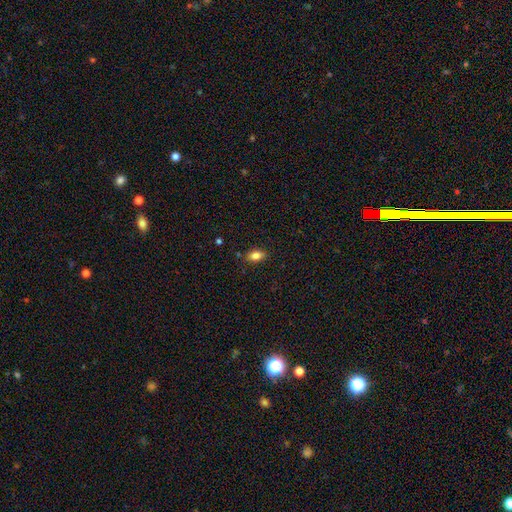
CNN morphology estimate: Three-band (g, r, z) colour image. It shows a smooth galaxy with no disk features (83%) that is in between round and cigar-shaped (88%). Merging: none (85%).